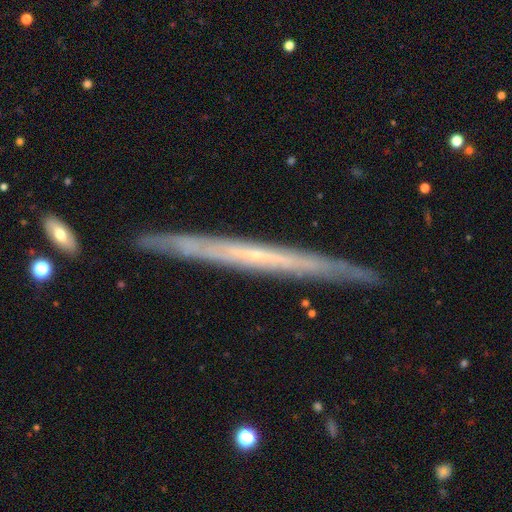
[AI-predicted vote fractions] Smooth or featured? Predicted: featured or disk (p=0.74). Edge-on disk? Predicted: yes (p=0.95). Edge-on bulge? Predicted: none (p=0.79). Merging? Predicted: none (p=0.89).